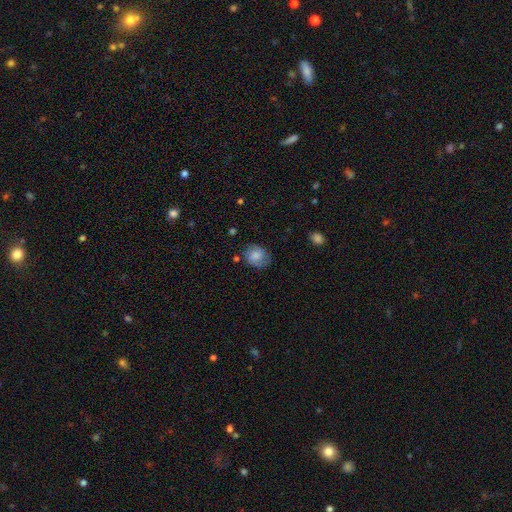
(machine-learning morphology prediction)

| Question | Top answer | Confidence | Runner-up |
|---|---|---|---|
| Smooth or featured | smooth | 70% | featured or disk (21%) |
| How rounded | round | 65% | in between (34%) |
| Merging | none | 67% | minor disturbance (23%) |